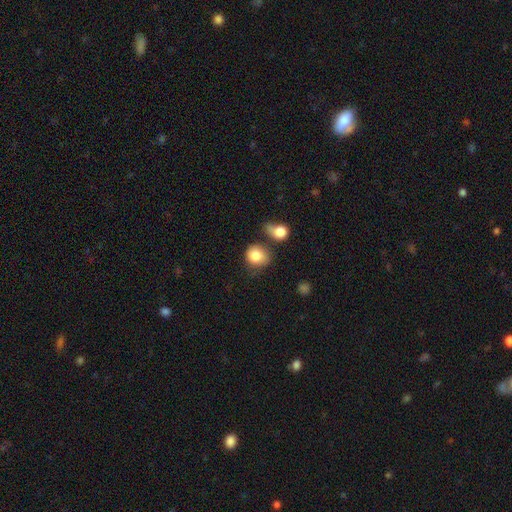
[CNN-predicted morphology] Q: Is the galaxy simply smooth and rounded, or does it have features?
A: smooth — 83%.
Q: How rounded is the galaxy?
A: round — 79%.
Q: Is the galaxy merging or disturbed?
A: none — 50%.